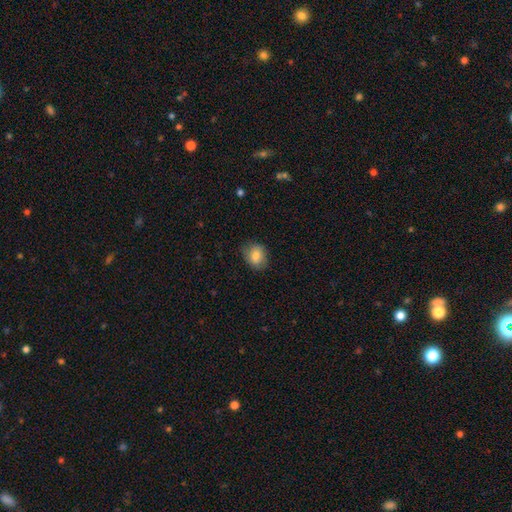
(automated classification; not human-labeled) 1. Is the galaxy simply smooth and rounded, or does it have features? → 83% smooth, 9% featured or disk, 8% star or artifact.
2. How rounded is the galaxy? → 53% in between, 46% round, 1% cigar-shaped.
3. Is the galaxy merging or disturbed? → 78% none, 17% minor disturbance, 4% major disturbance, 1% merger.